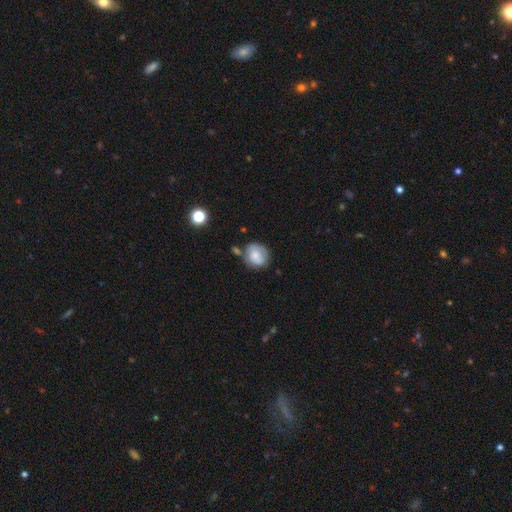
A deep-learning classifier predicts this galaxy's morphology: The model was most divided on "merging": none: 58%, minor disturbance: 22%, merger: 14%, major disturbance: 6%. More confident: how rounded — round (76%); smooth or featured — smooth (72%).